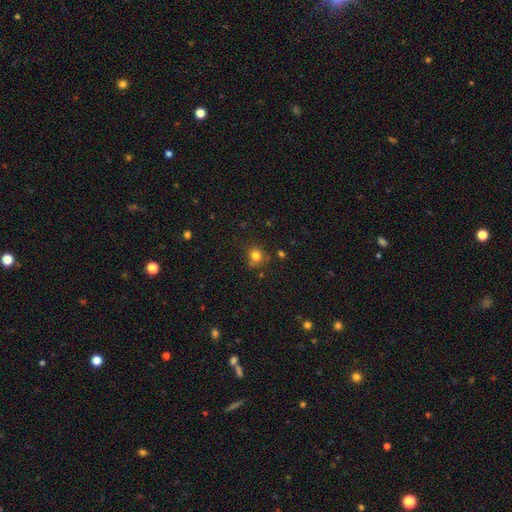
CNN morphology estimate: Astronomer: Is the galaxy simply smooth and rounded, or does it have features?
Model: smooth — 80%.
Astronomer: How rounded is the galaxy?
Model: round — 85%.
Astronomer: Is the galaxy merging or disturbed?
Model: none — 73%.